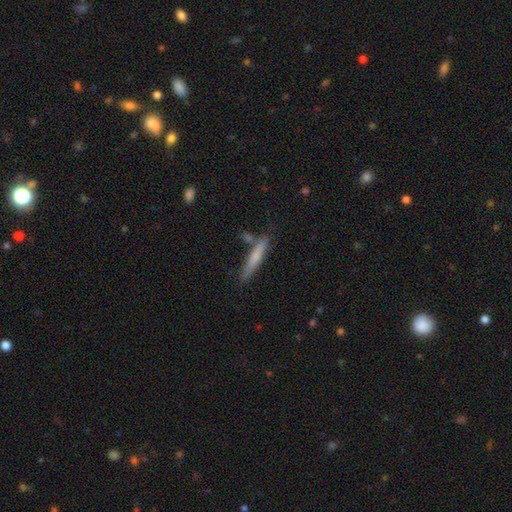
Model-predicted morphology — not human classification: Overall: smooth (63%; featured or disk 30%). How rounded: cigar-shaped (93%). Merging: none (75%).